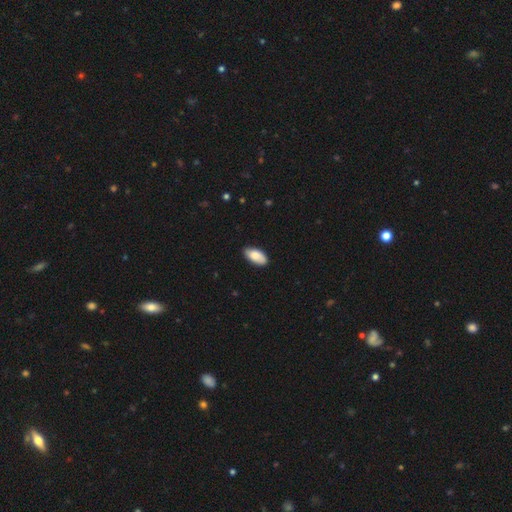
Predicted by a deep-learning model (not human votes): A smooth galaxy with no disk features (84%) that is in between round and cigar-shaped (93%).

Vote fractions:
- Smooth or featured? smooth: 84% / featured or disk: 10% / star or artifact: 6%
- How rounded? in between: 93% / cigar-shaped: 5% / round: 2%
- Merging? none: 84% / minor disturbance: 13% / major disturbance: 2% / merger: 1%